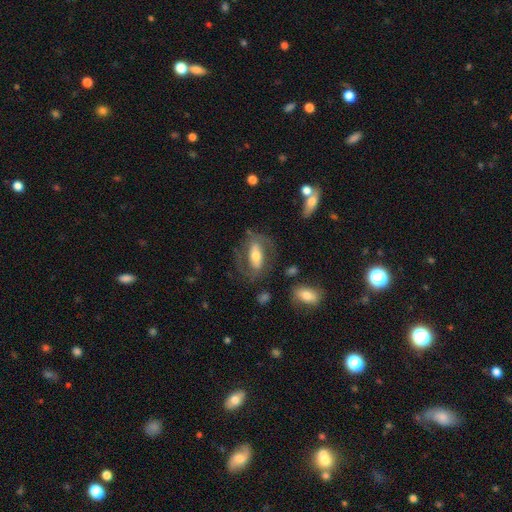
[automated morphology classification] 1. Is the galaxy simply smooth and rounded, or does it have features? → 60% featured or disk, 34% smooth, 7% star or artifact.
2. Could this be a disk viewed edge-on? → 84% no, 16% yes.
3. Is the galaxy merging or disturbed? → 68% none, 16% minor disturbance, 13% major disturbance, 3% merger.